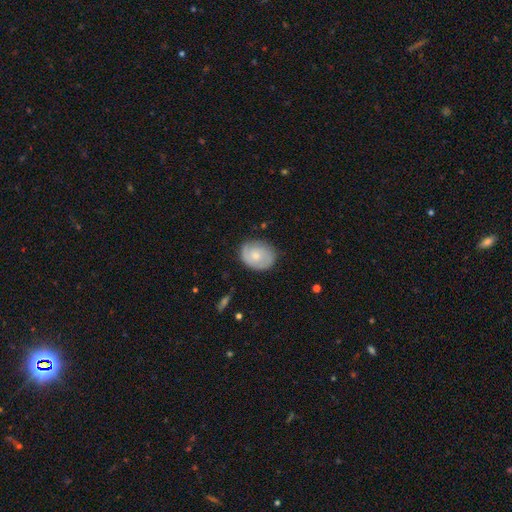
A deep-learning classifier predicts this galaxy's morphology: Smooth or featured?
  - featured or disk: 55% *
  - smooth: 39%
  - star or artifact: 6%
Edge-on disk?
  - no: 97% *
  - yes: 3%
Bar?
  - no: 75% *
  - weak: 22%
  - strong: 3%
Spiral arms?
  - yes: 83% *
  - no: 17%
Bulge size?
  - moderate: 46% * (tied)
  - small: 46% * (tied)
  - none: 4%
  - large: 3%
  - dominant: 1%
Merging?
  - none: 77% *
  - minor disturbance: 17%
  - major disturbance: 5%
  - merger: 1%